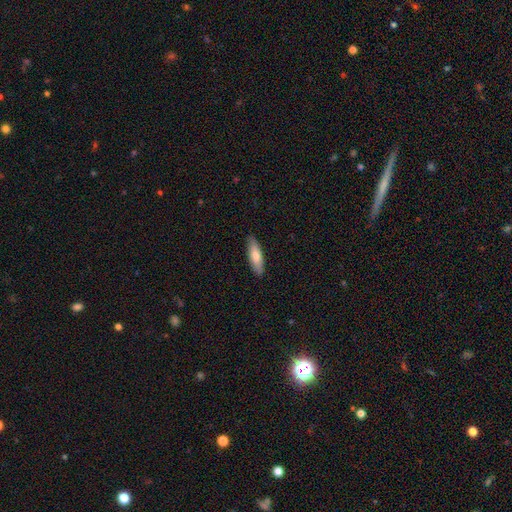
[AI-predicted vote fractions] Q: Smooth or featured?
A: smooth (74%); runner-up: featured or disk (20%)
Q: How rounded?
A: cigar-shaped (61%); runner-up: in between (37%)
Q: Merging?
A: none (89%); runner-up: minor disturbance (8%)